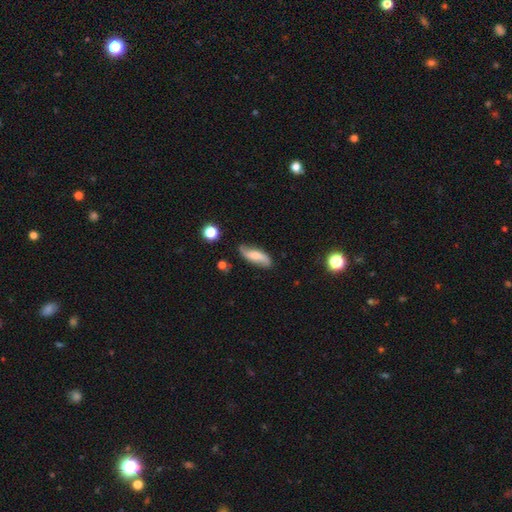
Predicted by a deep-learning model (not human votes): A featured or disk galaxy (60%) with no bar (49%), spiral arms (93%) and a small central bulge (40%).

Vote fractions:
- Smooth or featured? featured or disk: 60% / smooth: 33% / star or artifact: 7%
- Edge-on disk? no: 87% / yes: 13%
- Bar? no: 49% / weak: 36% / strong: 16%
- Spiral arms? yes: 93% / no: 7%
- Bulge size? small: 40% / moderate: 35% / none: 16% / large: 6% / dominant: 2%
- Merging? none: 76% / minor disturbance: 18% / major disturbance: 4% / merger: 2%